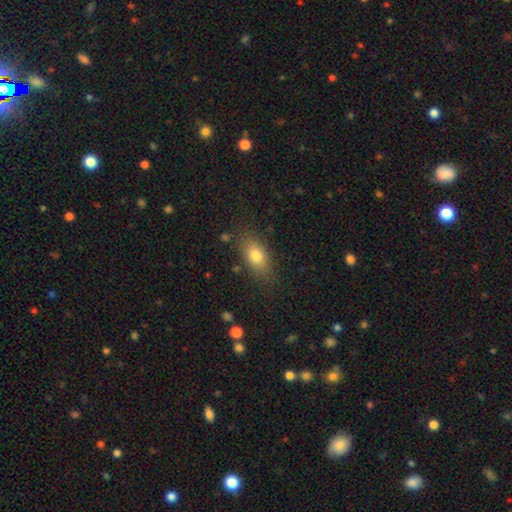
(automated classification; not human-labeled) The model was most divided on "merging": none: 79%, minor disturbance: 14%, major disturbance: 5%, merger: 2%. More confident: how rounded — in between (84%); smooth or featured — smooth (78%).